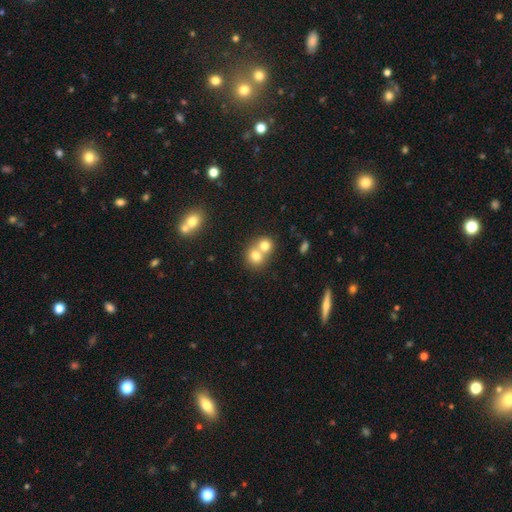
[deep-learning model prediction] Morphology: type=smooth (75%); roundness=round (77%); merging=merger (64%).